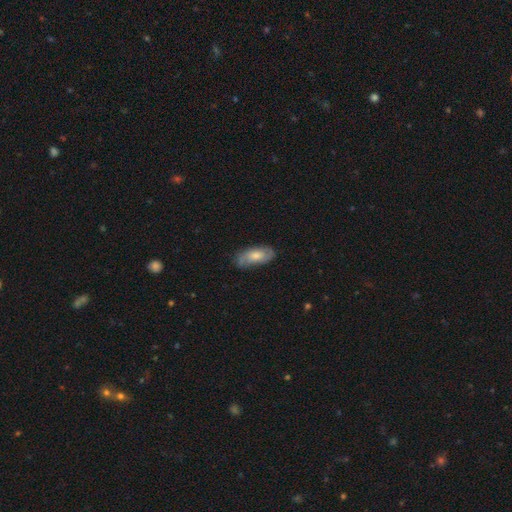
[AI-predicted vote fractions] The model was most divided on "smooth or featured": smooth: 51%, featured or disk: 43%, star or artifact: 6%. More confident: how rounded — in between (85%); merging — none (71%).